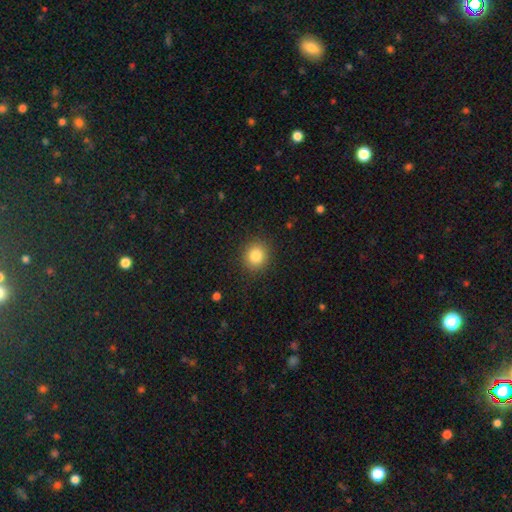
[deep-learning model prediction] This appears to be a smooth galaxy with no disk features (84%) that is round (81%). Merging: none (89%).